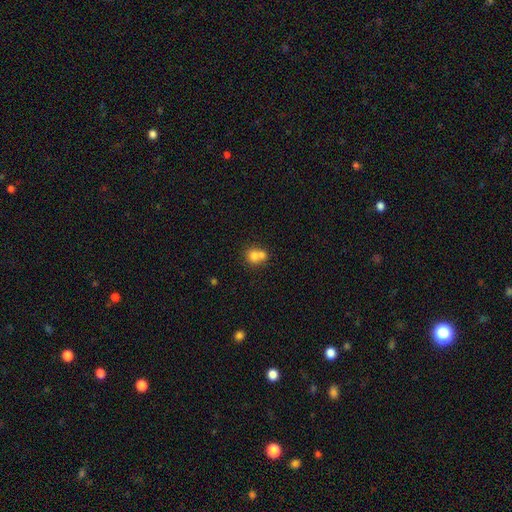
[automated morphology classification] smooth_or_featured: smooth (p=0.74) [alt: featured or disk p=0.15]
how_rounded: round (p=0.72) [alt: in between p=0.27]
merging: merger (p=0.59) [alt: none p=0.31]